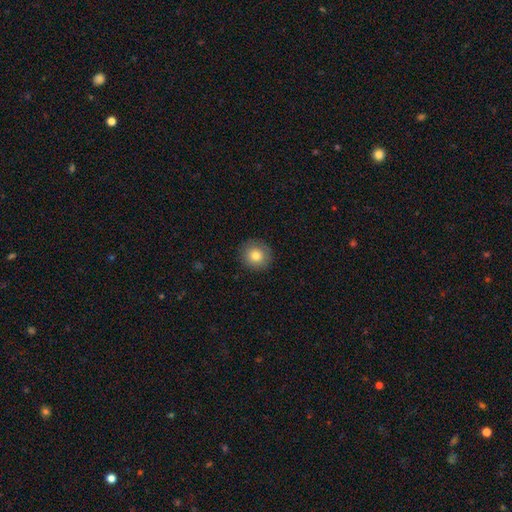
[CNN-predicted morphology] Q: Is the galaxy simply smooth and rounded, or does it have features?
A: smooth — 80%.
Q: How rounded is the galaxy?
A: round — 90%.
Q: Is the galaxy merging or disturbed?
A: none — 89%.